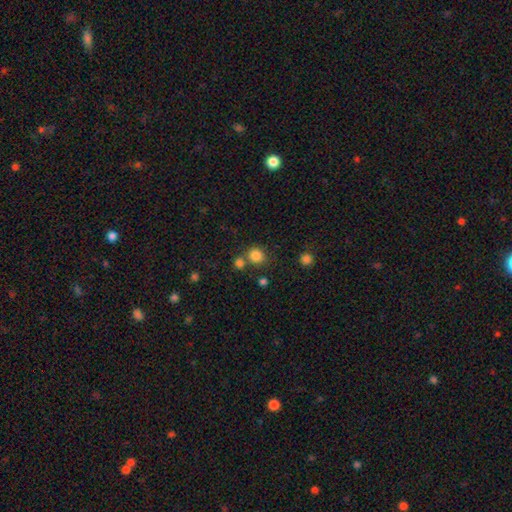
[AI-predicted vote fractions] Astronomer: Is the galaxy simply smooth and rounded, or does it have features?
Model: smooth — 82%.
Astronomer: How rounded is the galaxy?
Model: round — 85%.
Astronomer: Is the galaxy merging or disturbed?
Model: none — 67%.